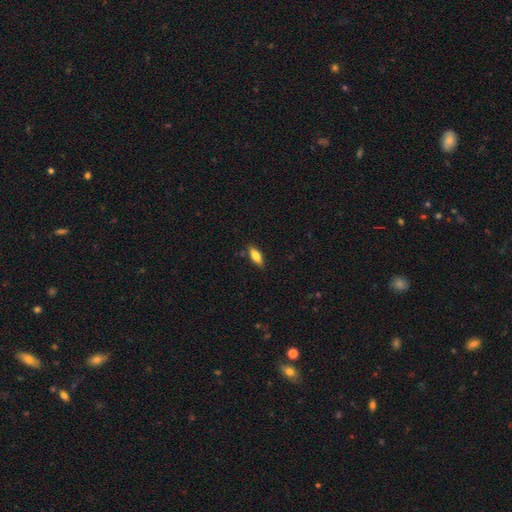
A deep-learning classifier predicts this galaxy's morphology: This appears to be a smooth galaxy with no disk features (76%) that is in between round and cigar-shaped (73%). Merging: none (84%).